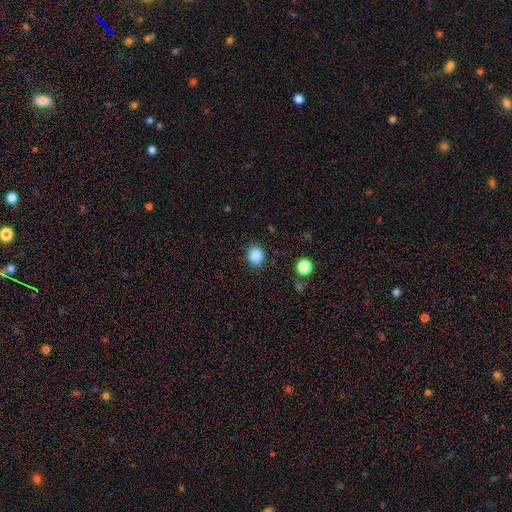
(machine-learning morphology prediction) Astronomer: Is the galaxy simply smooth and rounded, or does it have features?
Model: smooth — 85%.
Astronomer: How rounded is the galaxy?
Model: round — 85%.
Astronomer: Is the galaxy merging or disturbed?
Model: none — 88%.